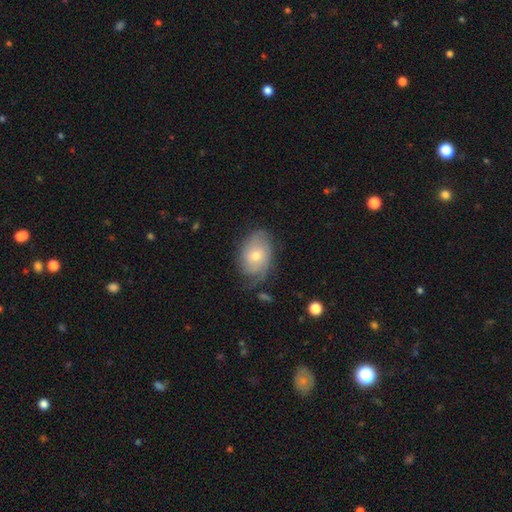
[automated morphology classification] Smooth or featured? Predicted: featured or disk (p=0.48). Merging? Predicted: none (p=0.61).